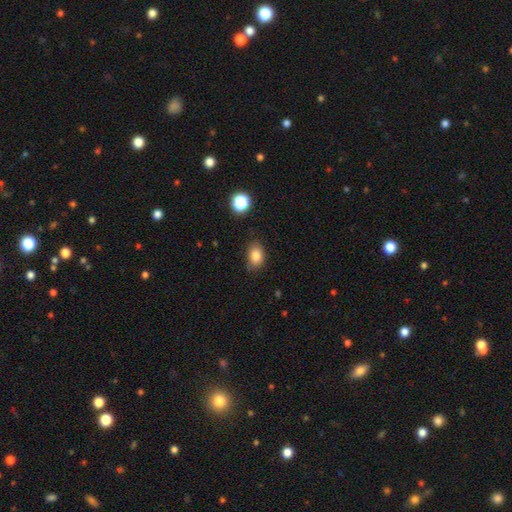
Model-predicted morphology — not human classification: A smooth galaxy with no disk features (83%) that is in between round and cigar-shaped (74%). Merging: none (77%).